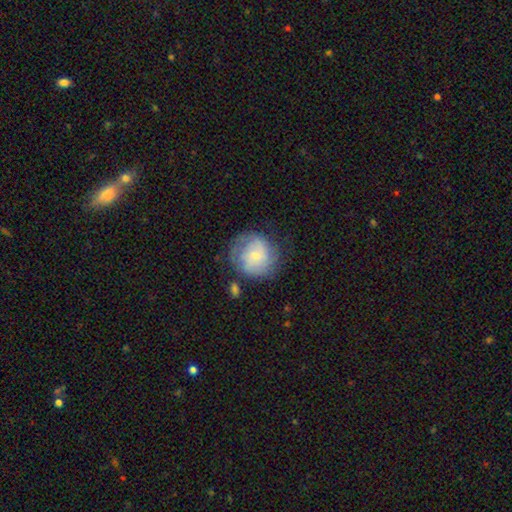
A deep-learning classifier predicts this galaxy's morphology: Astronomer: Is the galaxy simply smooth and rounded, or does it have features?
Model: featured or disk — 47% (runner-up: smooth, 45%).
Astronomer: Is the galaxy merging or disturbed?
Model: none — 63%.